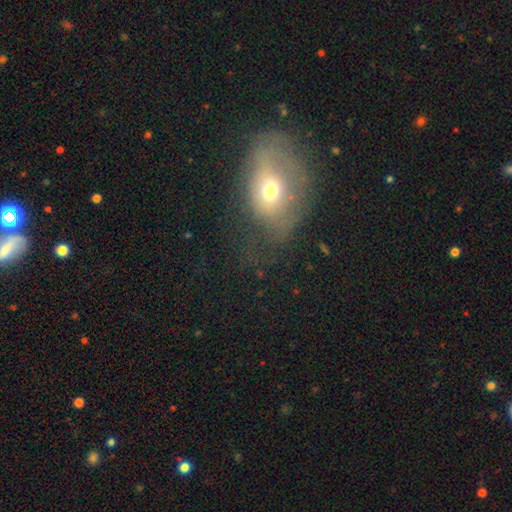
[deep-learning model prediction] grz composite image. It shows a smooth galaxy with no disk features (50%). Merging: none (40%).